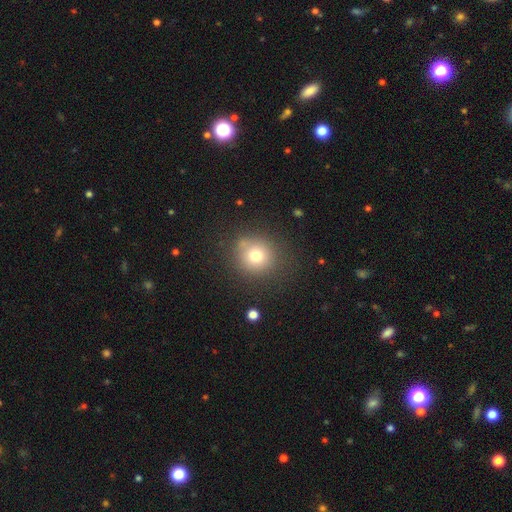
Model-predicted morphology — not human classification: smooth_or_featured: smooth (p=0.74) [alt: star or artifact p=0.15]
how_rounded: round (p=0.89) [alt: in between p=0.10]
merging: none (p=0.80) [alt: minor disturbance p=0.12]